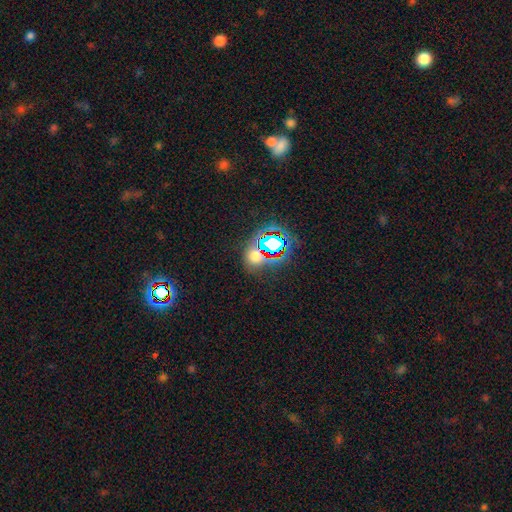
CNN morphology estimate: This is possibly a star or artifact rather than a galaxy (51%).